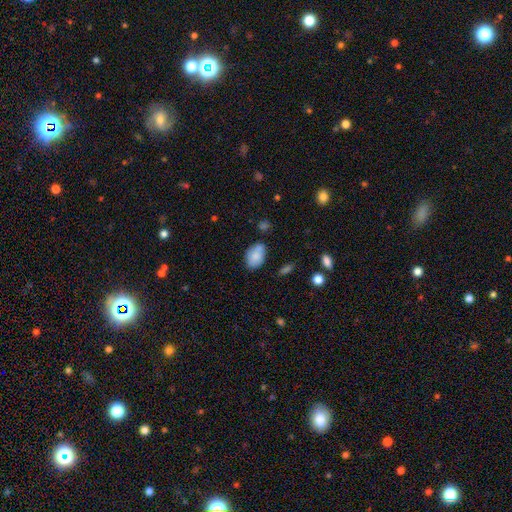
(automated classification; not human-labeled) Overall: smooth (83%). How rounded: in between (87%). Merging: none (66%).